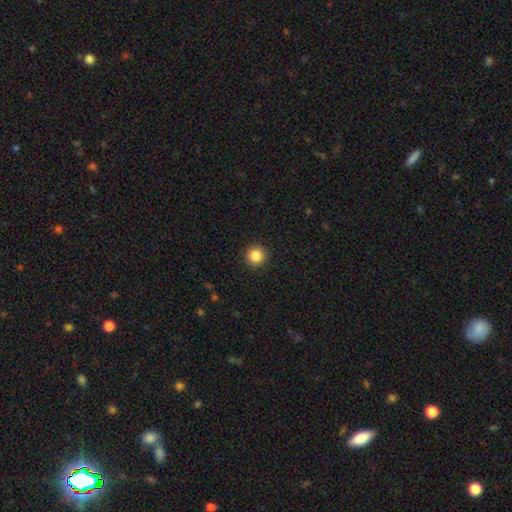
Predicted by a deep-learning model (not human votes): A smooth galaxy with no disk features (86%) that is round (96%). Merging: none (93%).